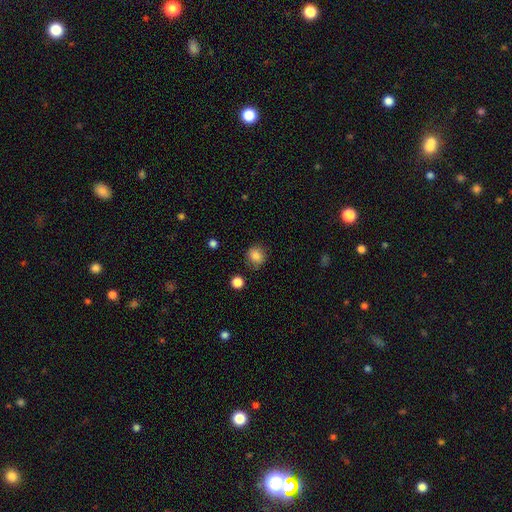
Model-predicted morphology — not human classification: A smooth galaxy with no disk features (84%) that is round (80%). Merging: none (83%).